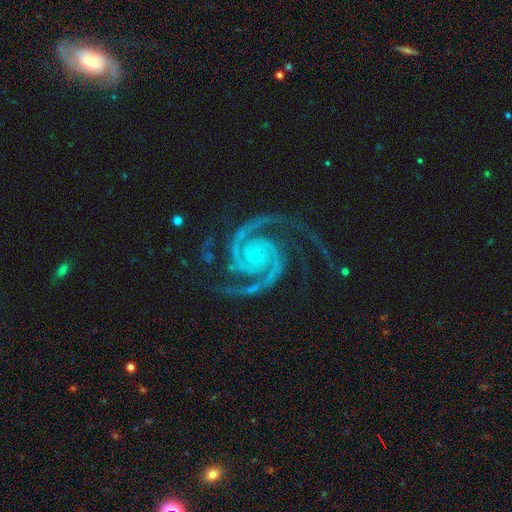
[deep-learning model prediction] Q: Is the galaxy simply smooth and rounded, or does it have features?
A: featured or disk — 94%.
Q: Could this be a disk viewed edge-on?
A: no — 98%.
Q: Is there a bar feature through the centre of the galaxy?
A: no — 77%.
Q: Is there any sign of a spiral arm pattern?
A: yes — 99%.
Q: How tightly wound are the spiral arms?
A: tight — 57%.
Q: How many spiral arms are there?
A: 2 — 85%.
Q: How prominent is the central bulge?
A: small — 85%.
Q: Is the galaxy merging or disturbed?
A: none — 75%.